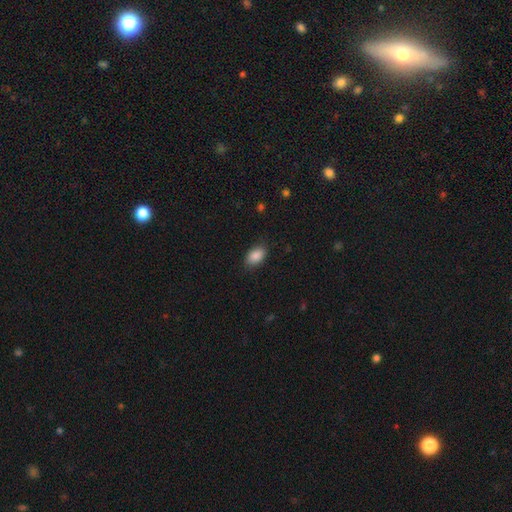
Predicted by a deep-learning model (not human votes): smooth 88%, star or artifact 7%, featured or disk 4%. Down the decision tree: how rounded — in between (89%); merging — none (84%).